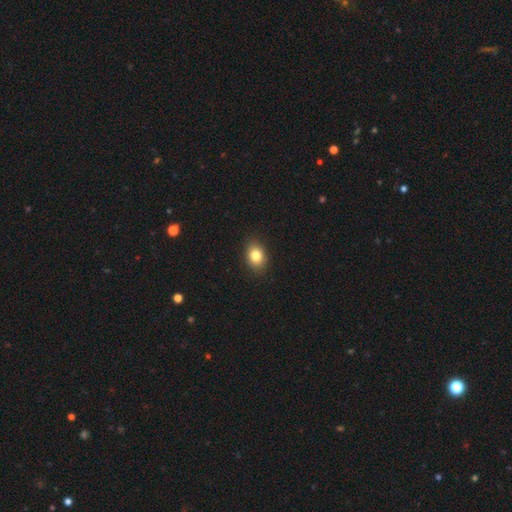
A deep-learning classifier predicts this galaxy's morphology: This appears to be a smooth galaxy with no disk features (82%) that is in between round and cigar-shaped (70%). Merging: none (89%).